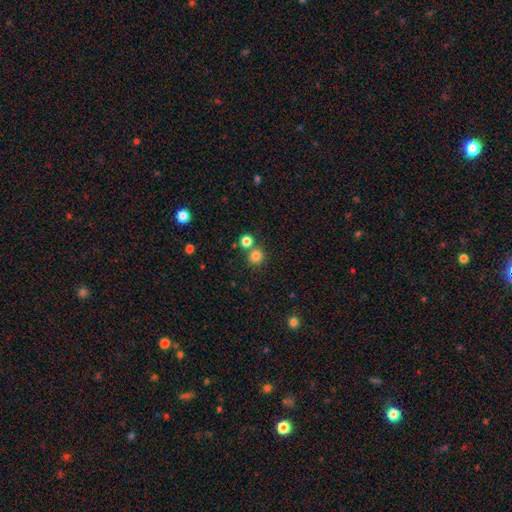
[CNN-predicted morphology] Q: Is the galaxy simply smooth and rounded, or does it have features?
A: smooth — 81%.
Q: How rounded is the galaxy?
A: round — 90%.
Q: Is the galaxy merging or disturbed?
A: none — 68%.